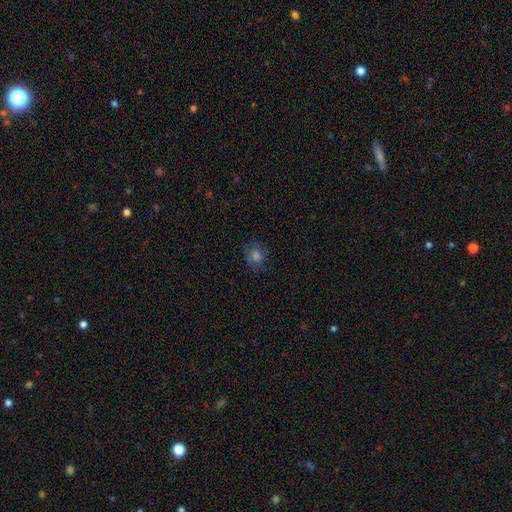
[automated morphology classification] This appears to be a smooth galaxy with no disk features (64%) that is round (69%). Merging: none (77%).